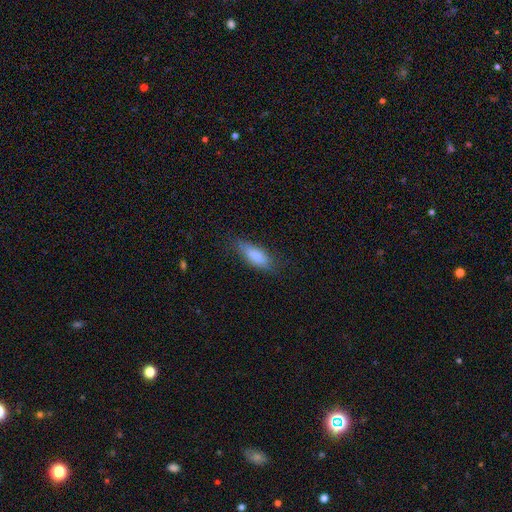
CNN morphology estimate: This is clearly a smooth galaxy (82%). How rounded: likely in between (70%). Merging: likely none (70%).